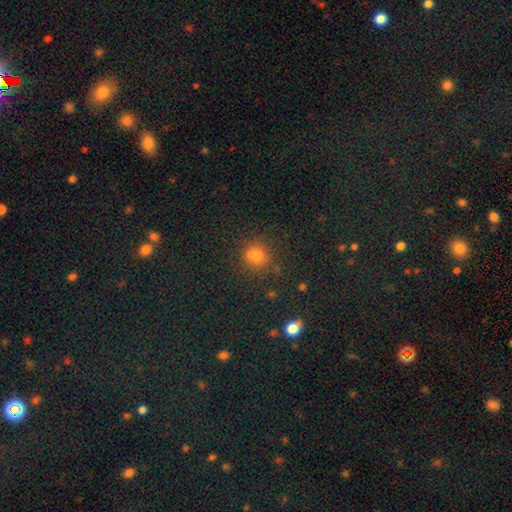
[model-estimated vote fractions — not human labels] smooth-or-featured: smooth: 67% | star or artifact: 21% | featured or disk: 12%
  how-rounded: round: 81% | in between: 18% | cigar-shaped: 1%
  merging: none: 56% | merger: 28% | minor disturbance: 11% | major disturbance: 5%